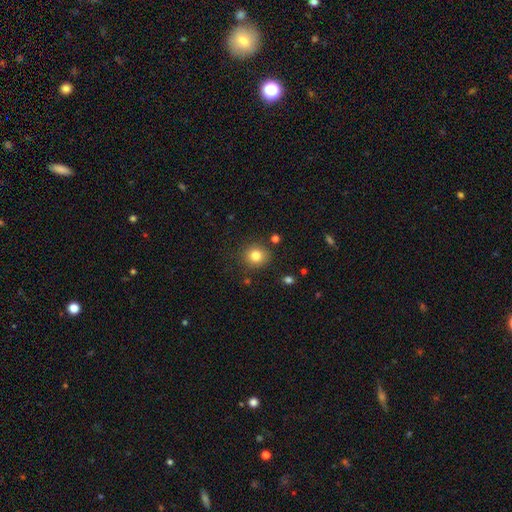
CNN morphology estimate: The model was most divided on "smooth or featured": smooth: 82%, star or artifact: 12%, featured or disk: 7%. More confident: how rounded — round (89%); merging — none (86%).